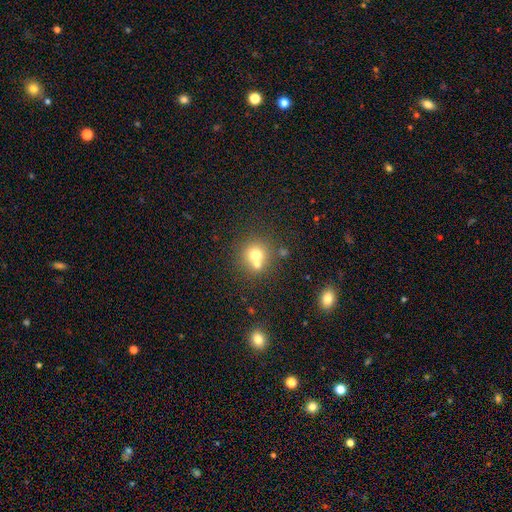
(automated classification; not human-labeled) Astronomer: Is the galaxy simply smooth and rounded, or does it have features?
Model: smooth — 69%.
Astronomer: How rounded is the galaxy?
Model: round — 86%.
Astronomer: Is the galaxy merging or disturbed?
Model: none — 46% (runner-up: merger, 44%).